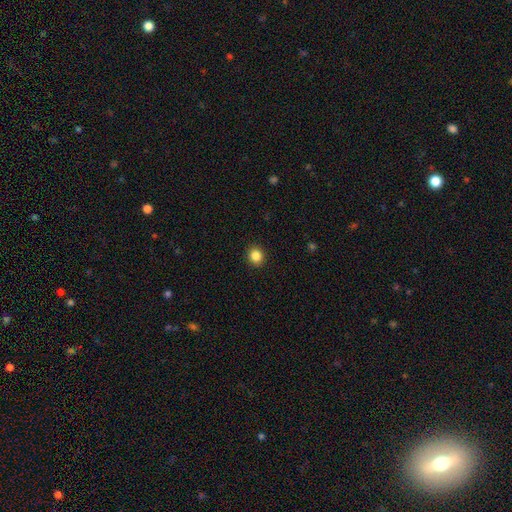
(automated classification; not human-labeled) smooth 85%, star or artifact 11%, featured or disk 4%. Down the decision tree: how rounded — round (85%); merging — none (92%).